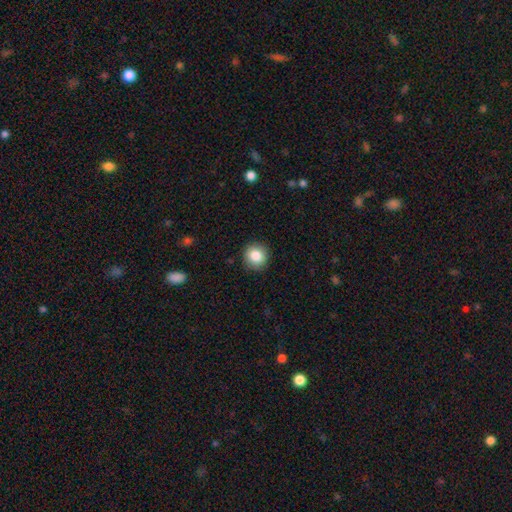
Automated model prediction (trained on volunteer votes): Smooth or featured? Predicted: smooth (p=0.85). How rounded? Predicted: round (p=0.92). Merging? Predicted: none (p=0.90).